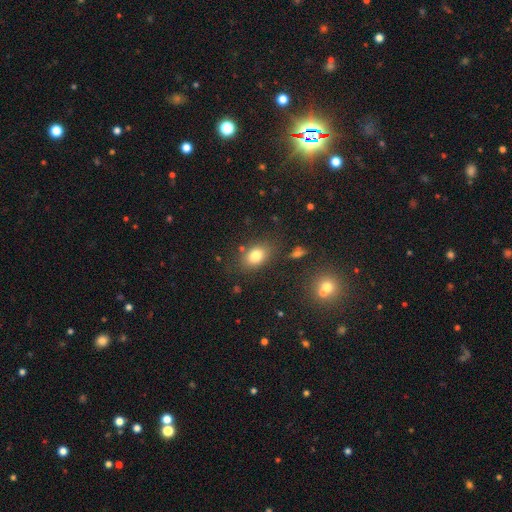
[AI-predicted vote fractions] Morphology: type=smooth (79%); roundness=in between (75%); merging=none (78%).